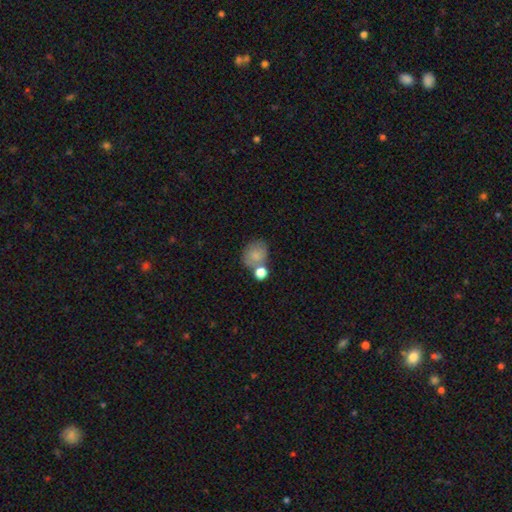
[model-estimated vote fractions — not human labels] Overall: smooth (78%). How rounded: round (56%; in between 43%). Merging: none (53%; merger 26%).